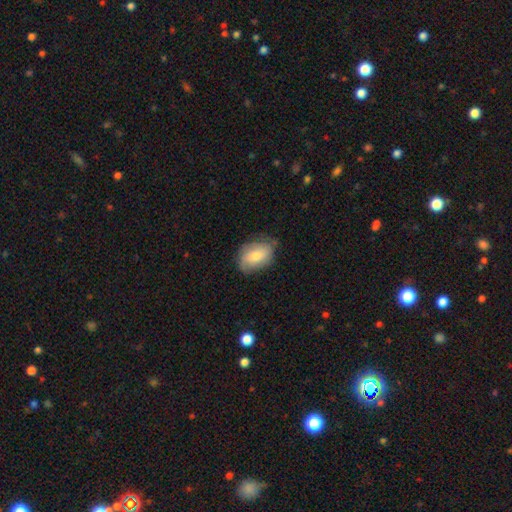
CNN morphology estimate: smooth 71%, featured or disk 22%, star or artifact 7%. Down the decision tree: how rounded — in between (81%); merging — none (65%).